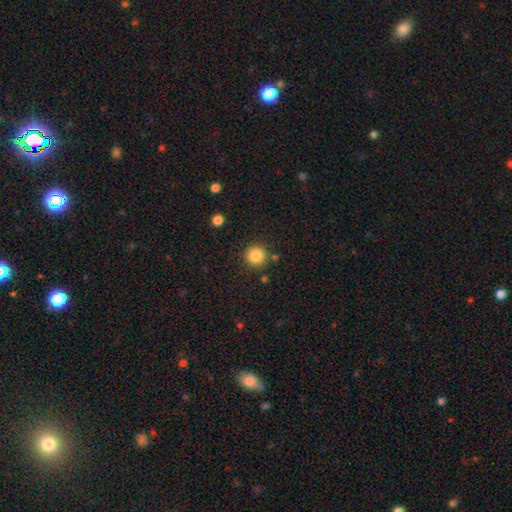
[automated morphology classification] Q: Smooth or featured?
A: smooth (86%); runner-up: star or artifact (10%)
Q: How rounded?
A: round (95%); runner-up: in between (4%)
Q: Merging?
A: none (87%); runner-up: minor disturbance (7%)